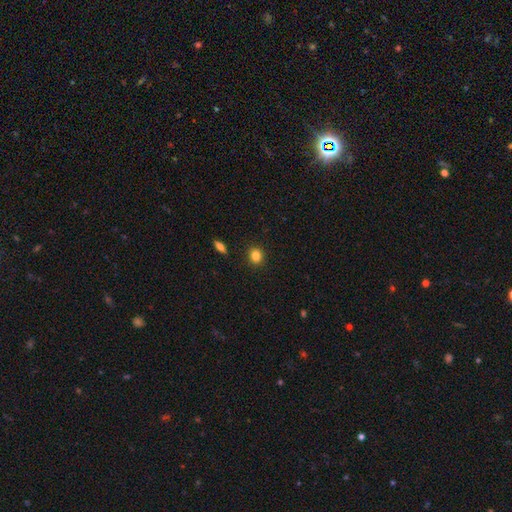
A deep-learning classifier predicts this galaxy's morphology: smooth-or-featured: smooth: 83% | star or artifact: 11% | featured or disk: 6%
  how-rounded: round: 83% | in between: 16% | cigar-shaped: 1%
  merging: none: 91% | minor disturbance: 6% | major disturbance: 2% | merger: 1%